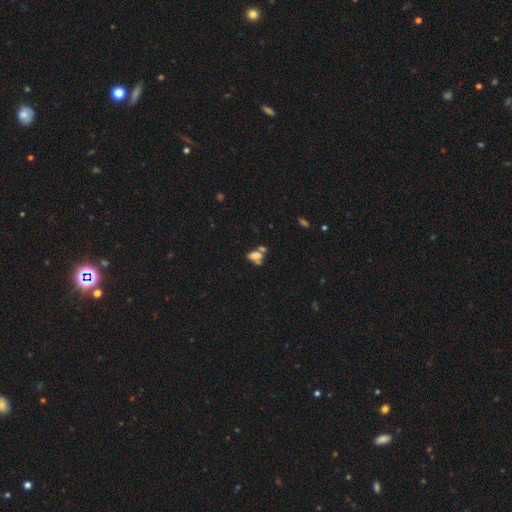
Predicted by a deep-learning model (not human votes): Smooth or featured?
  - smooth: 65% *
  - featured or disk: 19%
  - star or artifact: 16%
How rounded?
  - in between: 82% *
  - round: 13%
  - cigar-shaped: 5%
Merging?
  - merger: 38% * (tied)
  - none: 38% * (tied)
  - minor disturbance: 15%
  - major disturbance: 9%